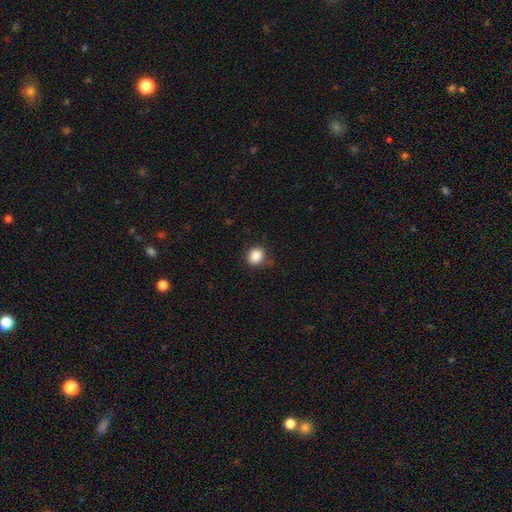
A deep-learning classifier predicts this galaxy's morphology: A smooth galaxy with no disk features (87%) that is round (76%).

Vote fractions:
- Smooth or featured? smooth: 87% / star or artifact: 10% / featured or disk: 3%
- How rounded? round: 76% / in between: 23% / cigar-shaped: 1%
- Merging? none: 78% / minor disturbance: 17% / major disturbance: 4% / merger: 1%